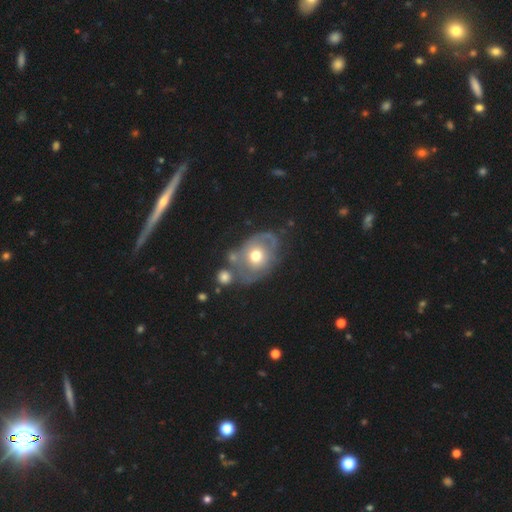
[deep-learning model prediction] This is possibly a featured or disk galaxy (50%). It is clearly not viewed edge-on (95%). Merging: marginally none (41%).